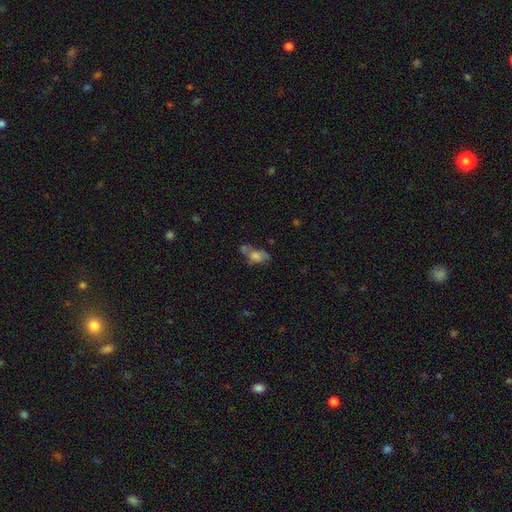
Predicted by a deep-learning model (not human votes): Smooth or featured? Predicted: smooth (p=0.57). How rounded? Predicted: in between (p=0.79). Merging? Predicted: none (p=0.35).